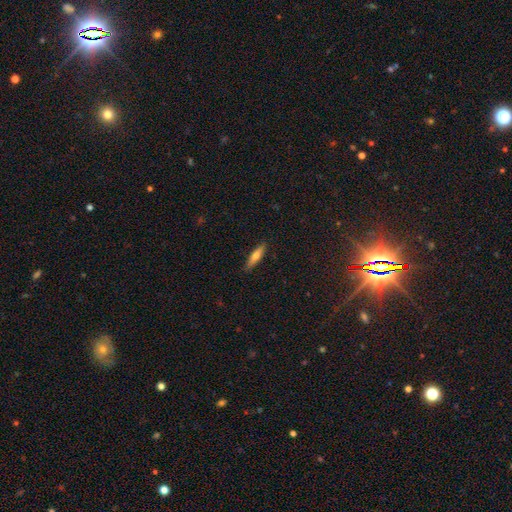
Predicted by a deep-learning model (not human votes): Q: Smooth or featured?
A: smooth (62%); runner-up: featured or disk (32%)
Q: How rounded?
A: cigar-shaped (75%); runner-up: in between (23%)
Q: Merging?
A: none (89%); runner-up: minor disturbance (9%)